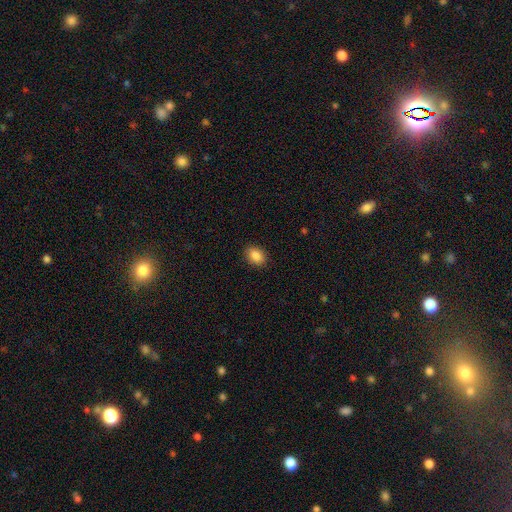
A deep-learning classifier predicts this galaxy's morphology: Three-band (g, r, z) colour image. It shows a smooth galaxy with no disk features (87%) that is in between round and cigar-shaped (72%). Merging: none (89%).